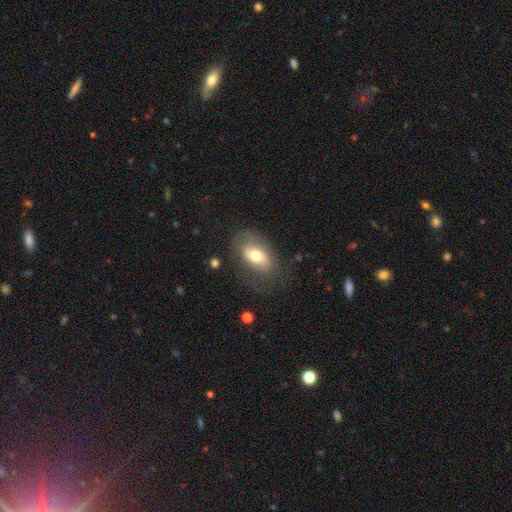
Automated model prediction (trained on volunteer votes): Smooth or featured: smooth — 57% (featured or disk — 36%)
How rounded: in between — 88% (round — 10%)
Merging: none — 65% (minor disturbance — 21%)